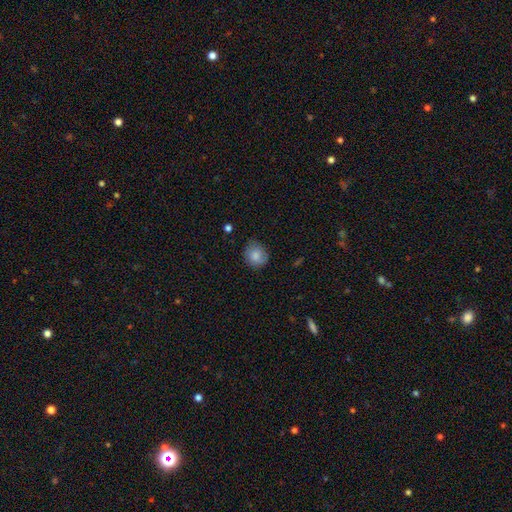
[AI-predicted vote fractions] Smooth or featured? Predicted: smooth (p=0.82). How rounded? Predicted: round (p=0.78). Merging? Predicted: none (p=0.74).